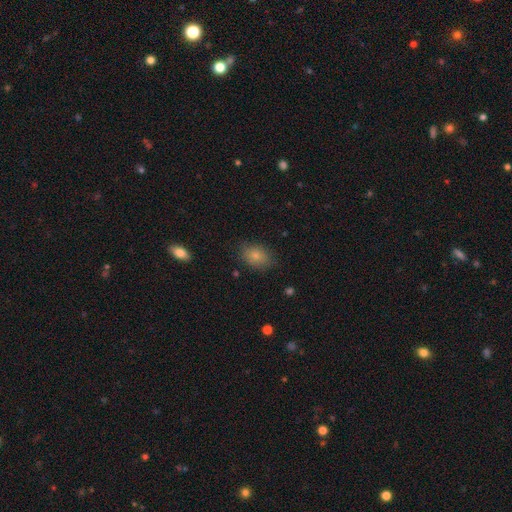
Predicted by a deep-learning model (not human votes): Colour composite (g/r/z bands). It shows a smooth galaxy with no disk features (82%) that is in between round and cigar-shaped (75%). Merging: none (78%).